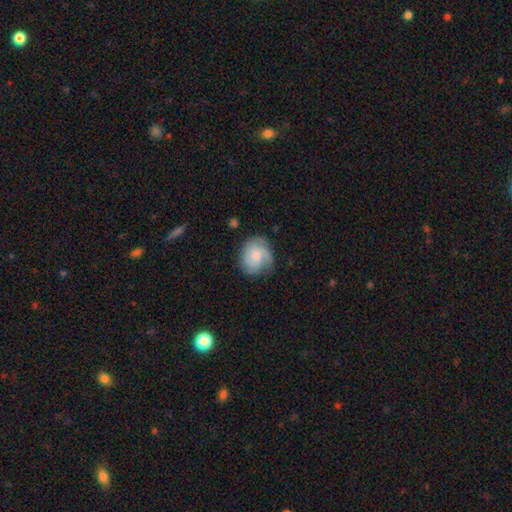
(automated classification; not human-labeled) The model was most divided on "spiral winding": medium: 42%, tight: 41%, loose: 18%. Remaining: edge-on disk — no (98%); spiral arms — yes (91%); bar — no (67%); merging — none (66%); smooth or featured — featured or disk (57%); bulge size — small (41%); spiral arm count — 3 (29%).